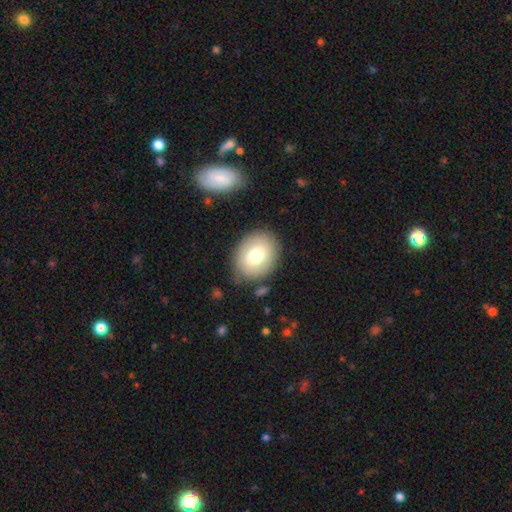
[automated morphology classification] smooth_or_featured: smooth (p=0.74) [alt: featured or disk p=0.18]
how_rounded: in between (p=0.53) [alt: round p=0.46]
merging: none (p=0.83) [alt: minor disturbance p=0.11]